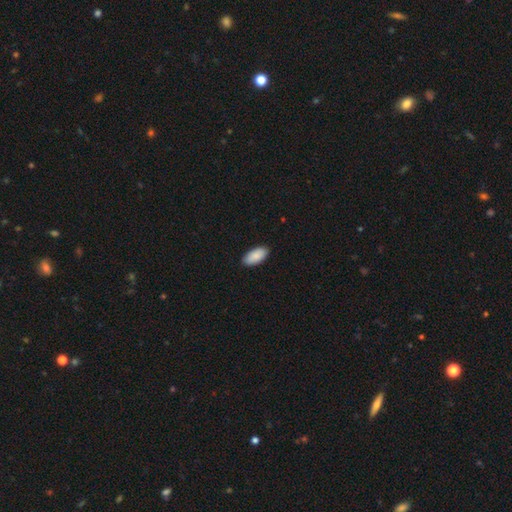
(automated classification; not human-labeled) Morphology: type=smooth (90%); roundness=in between (93%); merging=none (90%).